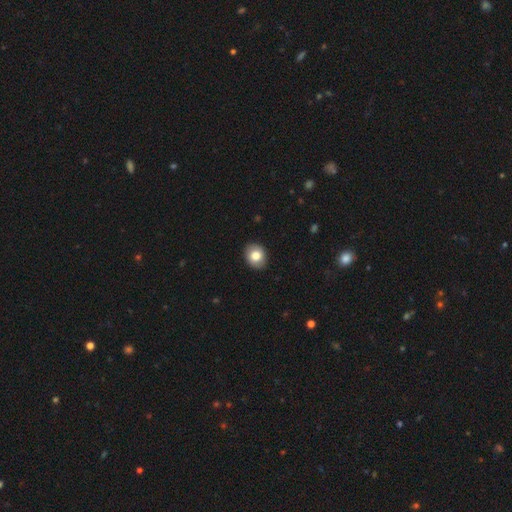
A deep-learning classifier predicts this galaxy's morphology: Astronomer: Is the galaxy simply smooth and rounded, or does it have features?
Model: smooth — 81%.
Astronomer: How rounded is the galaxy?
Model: round — 56% (runner-up: in between, 43%).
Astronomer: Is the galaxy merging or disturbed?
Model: none — 90%.